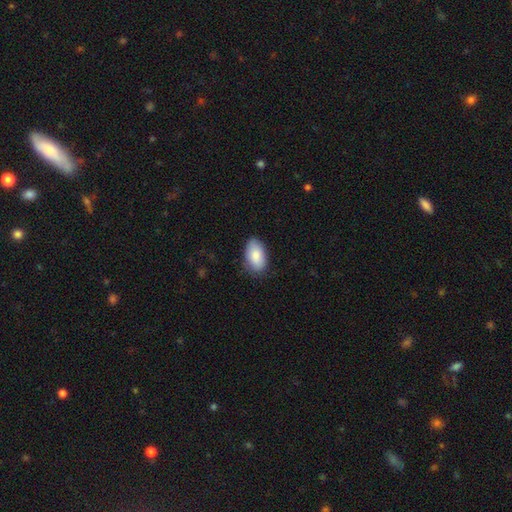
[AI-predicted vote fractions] A smooth galaxy with no disk features (86%) that is in between round and cigar-shaped (94%).

Vote fractions:
- Smooth or featured? smooth: 86% / featured or disk: 8% / star or artifact: 6%
- How rounded? in between: 94% / round: 4% / cigar-shaped: 2%
- Merging? none: 79% / minor disturbance: 17% / major disturbance: 3% / merger: 1%